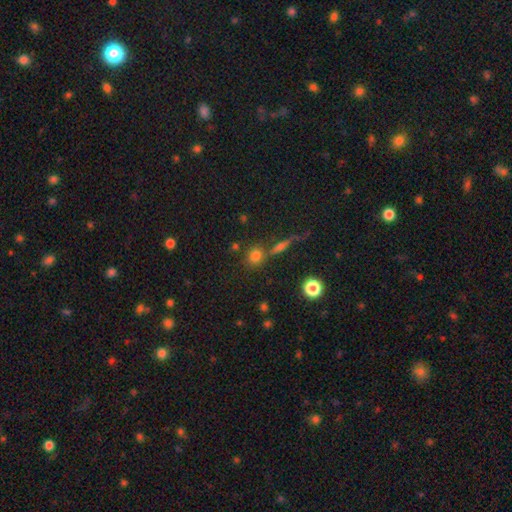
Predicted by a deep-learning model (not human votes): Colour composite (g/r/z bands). It shows a smooth galaxy with no disk features (73%) that is round (77%). Merging: none (71%).